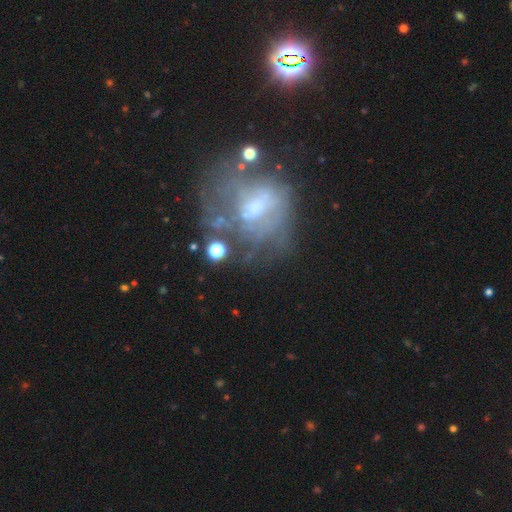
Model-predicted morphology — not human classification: A featured or disk galaxy (60%) with a weak bar (43%), no spiral arms (54%) and a small central bulge (38%, tied with moderate).

Vote fractions:
- Smooth or featured? featured or disk: 60% / smooth: 21% / star or artifact: 18%
- Edge-on disk? no: 95% / yes: 5%
- Bar? weak: 43% / no: 40% / strong: 17%
- Spiral arms? no: 54% / yes: 46%
- Bulge size? small: 38% (tied) / moderate: 38% (tied) / none: 17% / large: 6% / dominant: 2%
- Merging? none: 50% / major disturbance: 22% / minor disturbance: 19% / merger: 9%